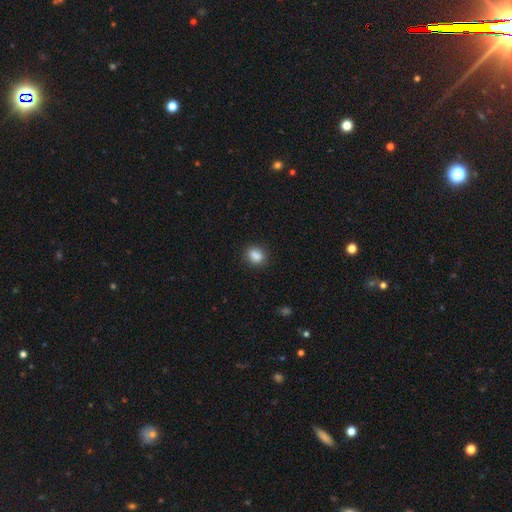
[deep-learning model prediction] Overall: smooth (87%). How rounded: in between (51%; round 48%). Merging: none (83%).